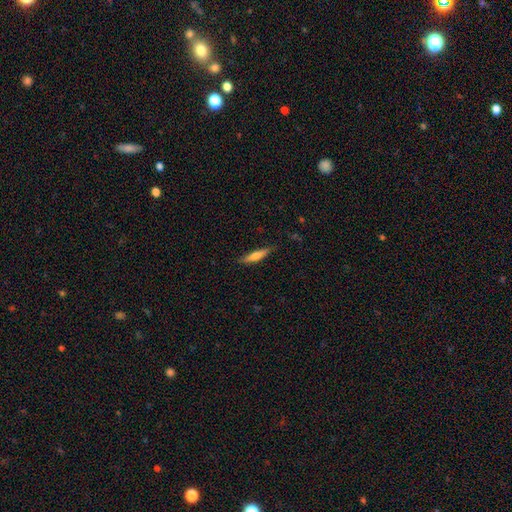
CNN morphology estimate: Smooth or featured: smooth — 67% (featured or disk — 28%)
How rounded: cigar-shaped — 82% (in between — 16%)
Merging: none — 83% (minor disturbance — 13%)